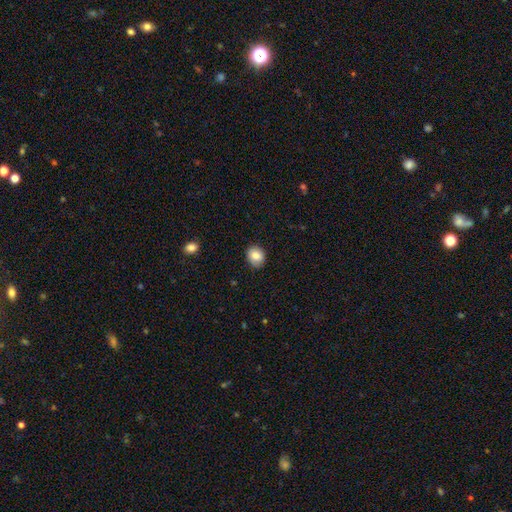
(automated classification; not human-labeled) Morphology: type=smooth (84%); roundness=round (69%); merging=none (88%).